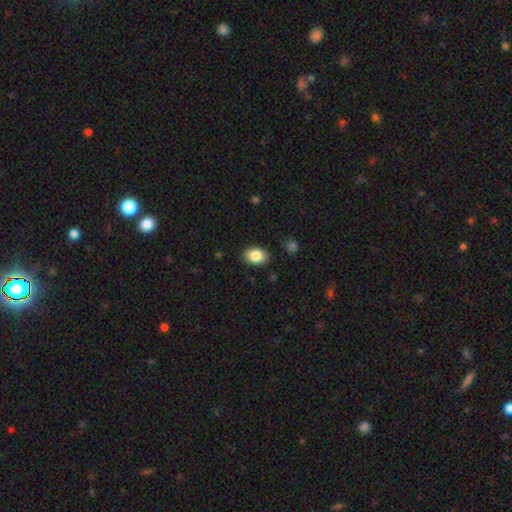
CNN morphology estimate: smooth 86%, star or artifact 8%, featured or disk 6%. Down the decision tree: how rounded — in between (75%); merging — none (88%).